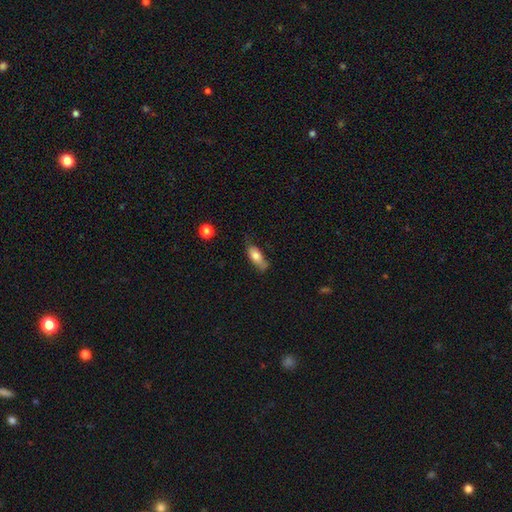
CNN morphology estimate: This appears to be a smooth galaxy with no disk features (74%) that is in between round and cigar-shaped (80%). Merging: none (54%).